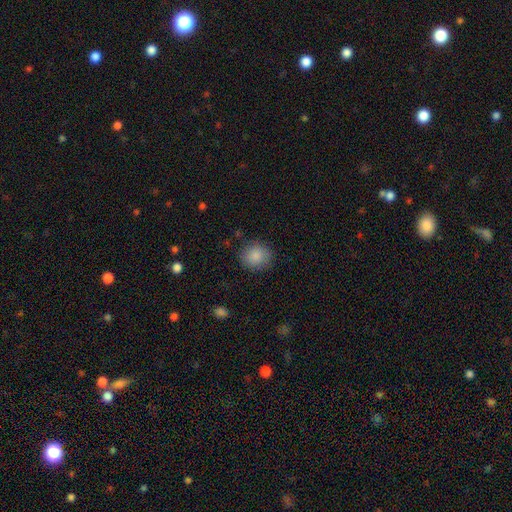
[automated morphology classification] Smooth or featured? Predicted: smooth (p=0.87). How rounded? Predicted: round (p=0.80). Merging? Predicted: none (p=0.86).